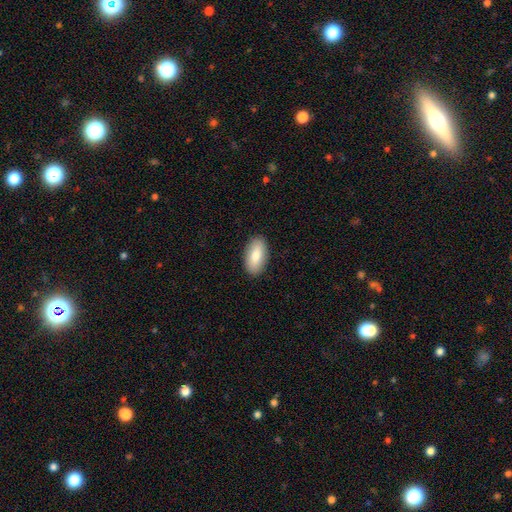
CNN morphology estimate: The model was most divided on "smooth or featured": smooth: 81%, featured or disk: 13%, star or artifact: 6%. More confident: how rounded — in between (93%); merging — none (89%).